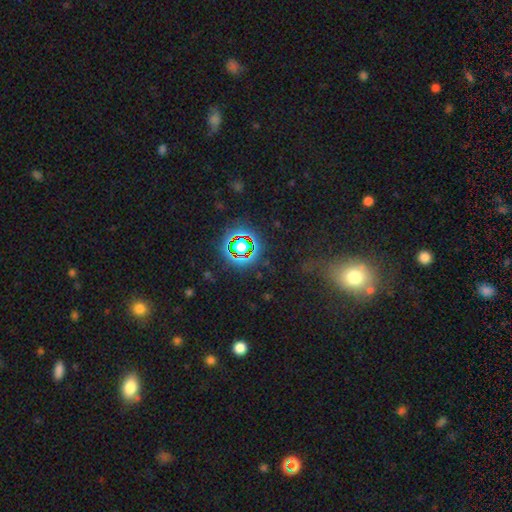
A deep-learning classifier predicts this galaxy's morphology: Smooth or featured? star or artifact (67%)